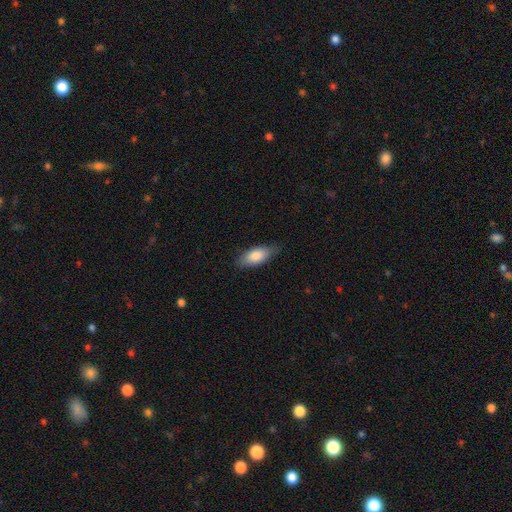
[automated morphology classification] This appears to be a smooth galaxy with no disk features (82%) that is in between round and cigar-shaped (86%). Merging: none (79%).